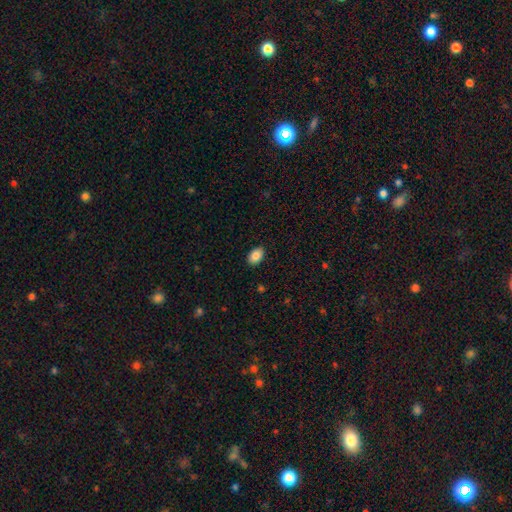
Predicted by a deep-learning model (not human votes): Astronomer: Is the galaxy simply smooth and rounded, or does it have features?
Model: smooth — 86%.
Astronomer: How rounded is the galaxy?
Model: in between — 89%.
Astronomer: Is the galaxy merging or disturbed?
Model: none — 89%.